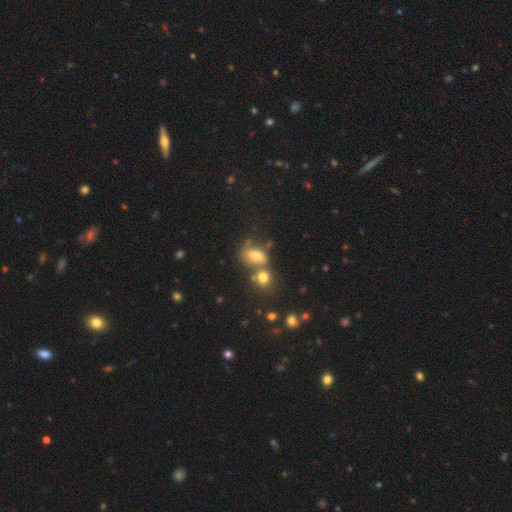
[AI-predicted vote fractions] smooth 67%, featured or disk 19%, star or artifact 14%. Down the decision tree: how rounded — in between (81%); merging — merger (37%).